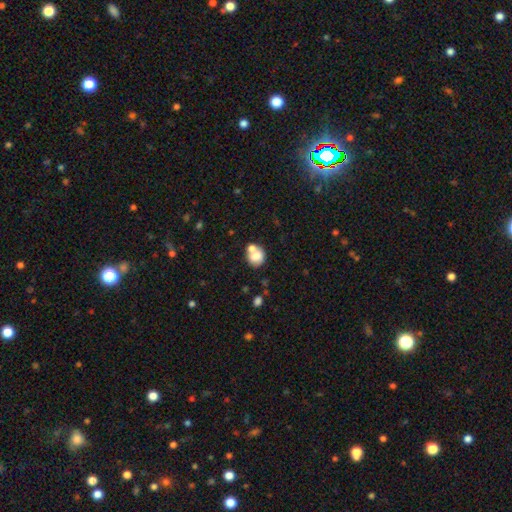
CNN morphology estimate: type=smooth (76%); roundness=round (70%); merging=none (45%).